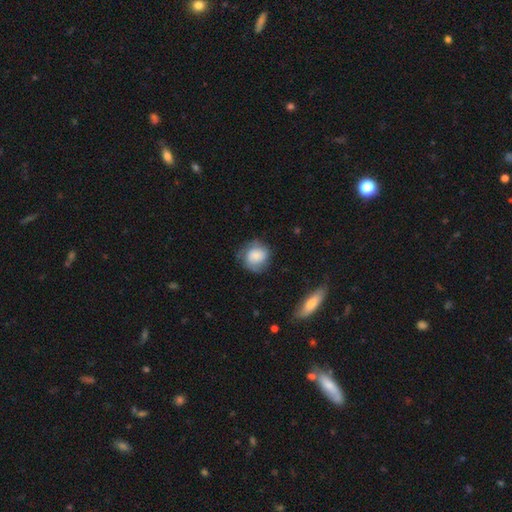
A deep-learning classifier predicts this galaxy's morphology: The model was most divided on "merging": none: 64%, minor disturbance: 25%, major disturbance: 10%, merger: 2%. More confident: how rounded — round (81%); smooth or featured — smooth (70%).